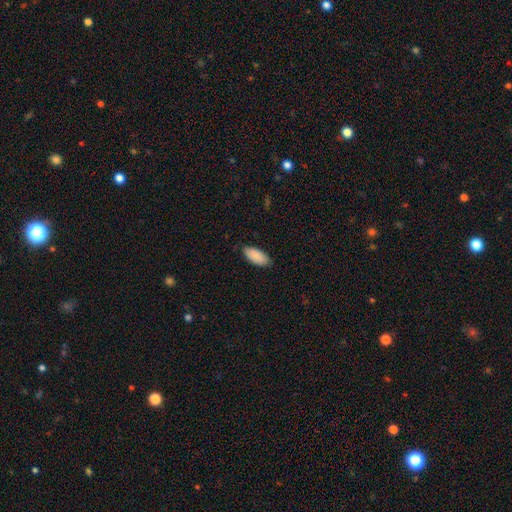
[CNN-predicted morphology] type=smooth (88%); roundness=in between (90%); merging=none (83%).